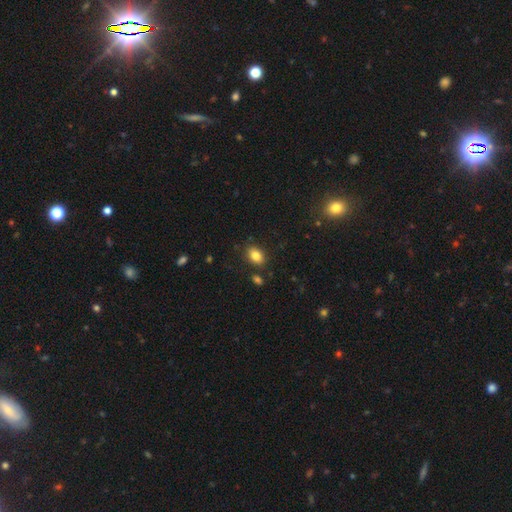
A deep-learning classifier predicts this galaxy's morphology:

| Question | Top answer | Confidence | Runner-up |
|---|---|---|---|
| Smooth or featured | smooth | 83% | star or artifact (10%) |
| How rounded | in between | 80% | round (19%) |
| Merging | none | 82% | minor disturbance (11%) |